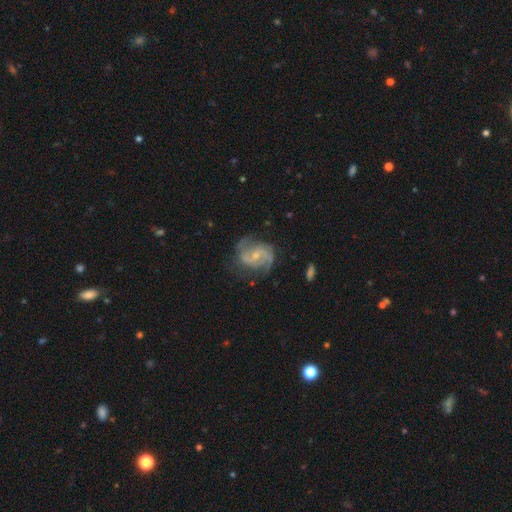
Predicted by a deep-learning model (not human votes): A featured or disk galaxy (88%) with a weak bar (51%), 2 (81%) medium (54%) spiral arms (97%) and a small central bulge (61%).

Vote fractions:
- Smooth or featured? featured or disk: 88% / smooth: 6% / star or artifact: 6%
- Edge-on disk? no: 98% / yes: 2%
- Bar? weak: 51% / no: 34% / strong: 14%
- Spiral arms? yes: 97% / no: 3%
- Spiral winding? medium: 54% / tight: 23% / loose: 23%
- Spiral arm count? 2: 81% / 3: 6% / can't tell: 6% / 1: 2% / 4: 2% / more than 4: 2%
- Bulge size? small: 61% / moderate: 32% / none: 5% / large: 1% / dominant: 1%
- Merging? none: 70% / minor disturbance: 20% / major disturbance: 9% / merger: 2%